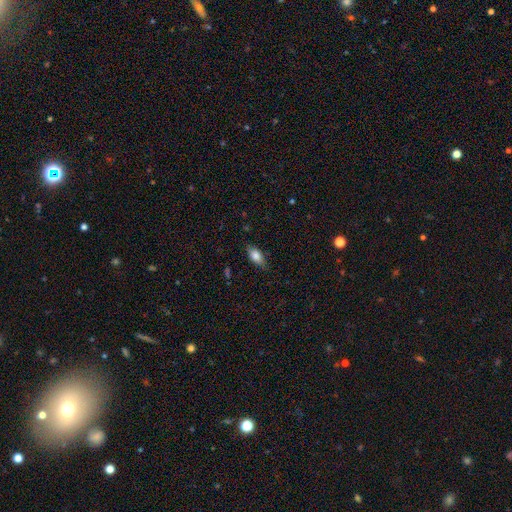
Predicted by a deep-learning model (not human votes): Smooth or featured? Predicted: smooth (p=0.80). How rounded? Predicted: in between (p=0.86). Merging? Predicted: none (p=0.81).